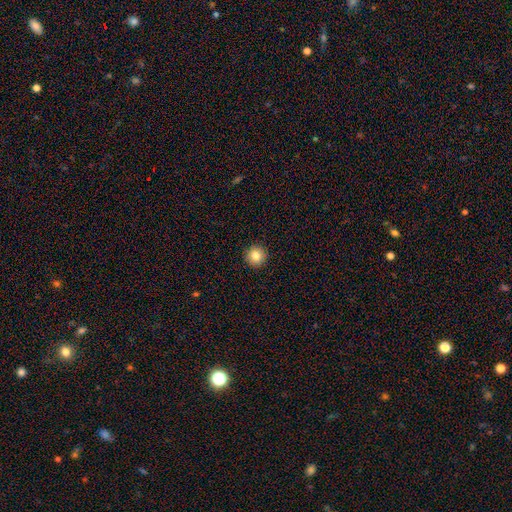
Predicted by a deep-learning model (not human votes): This appears to be a smooth galaxy with no disk features (83%) that is round (95%). Merging: none (93%).